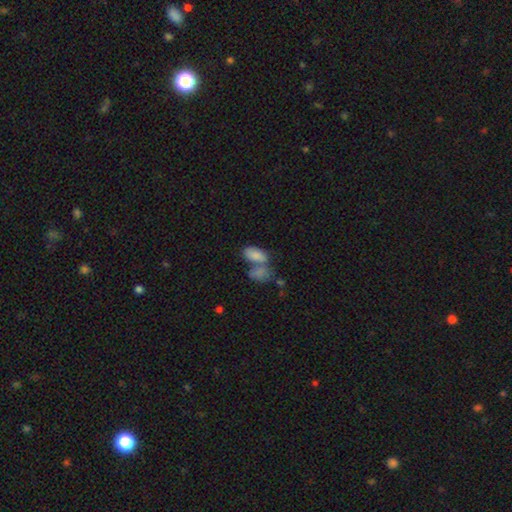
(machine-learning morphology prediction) The model was most divided on "merging": merger: 56%, none: 28%, minor disturbance: 10%, major disturbance: 6%. More confident: how rounded — in between (92%); smooth or featured — smooth (80%).